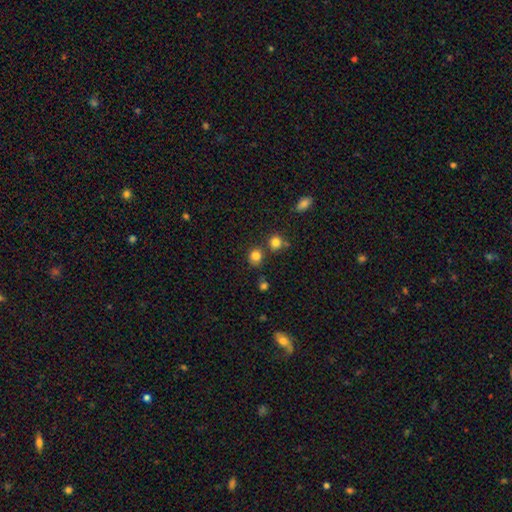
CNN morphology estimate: type=smooth (81%); roundness=round (85%); merging=none (73%).